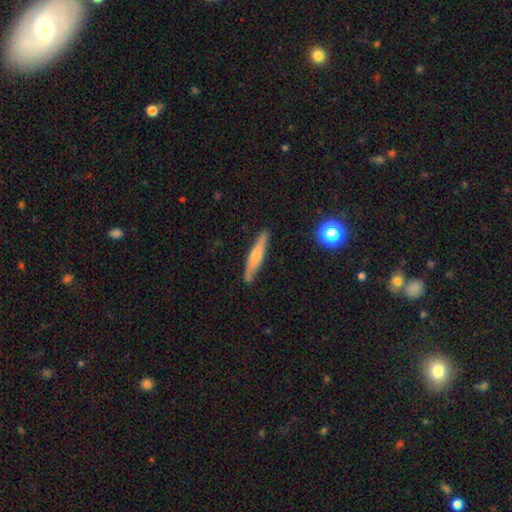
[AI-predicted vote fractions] The model was most divided on "smooth or featured": smooth: 47%, featured or disk: 46%, star or artifact: 7%. More confident: merging — none (87%).